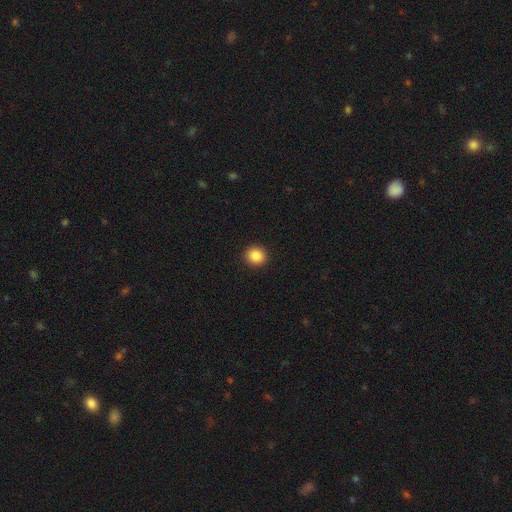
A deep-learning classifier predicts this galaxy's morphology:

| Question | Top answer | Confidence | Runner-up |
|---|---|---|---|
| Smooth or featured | smooth | 88% | star or artifact (9%) |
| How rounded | round | 90% | in between (9%) |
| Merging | none | 93% | minor disturbance (5%) |